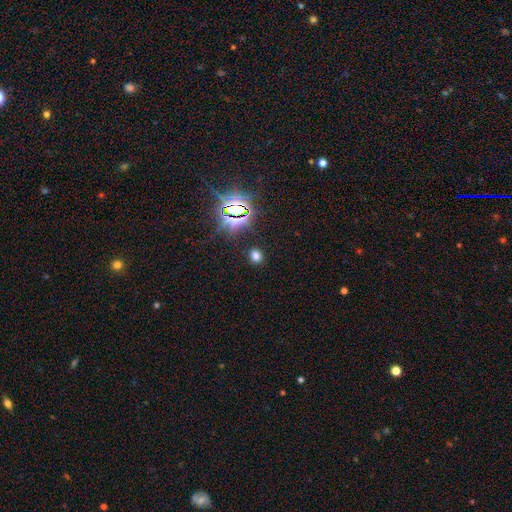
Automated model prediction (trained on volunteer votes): Smooth or featured?
  - smooth: 65% *
  - star or artifact: 29%
  - featured or disk: 6%
How rounded?
  - round: 63% *
  - in between: 36%
  - cigar-shaped: 1%
Merging?
  - none: 89% *
  - minor disturbance: 7%
  - major disturbance: 3%
  - merger: 2%